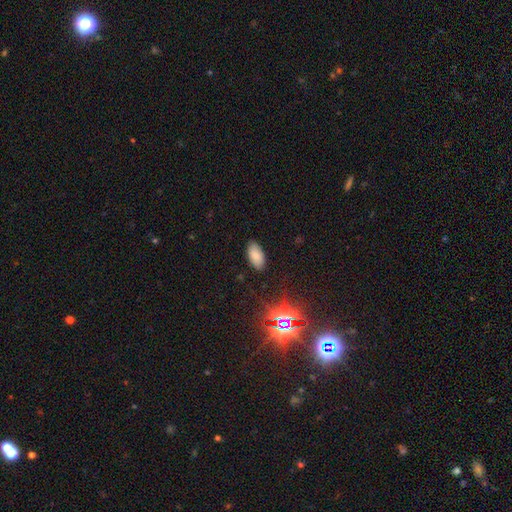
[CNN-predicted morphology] A smooth galaxy with no disk features (79%) that is in between round and cigar-shaped (94%). Merging: none (86%).